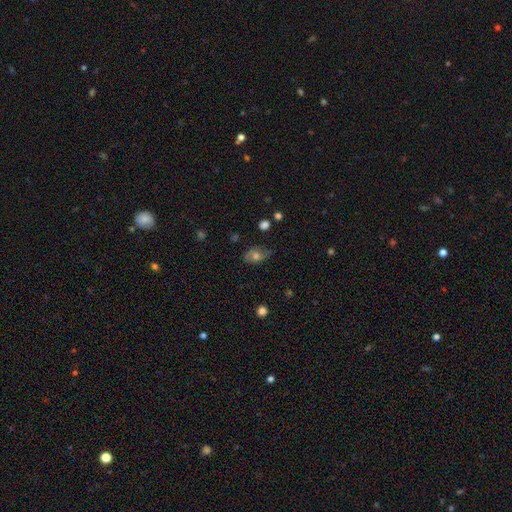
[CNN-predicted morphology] smooth 54%, featured or disk 33%, star or artifact 13%. Down the decision tree: how rounded — in between (77%); merging — none (66%).